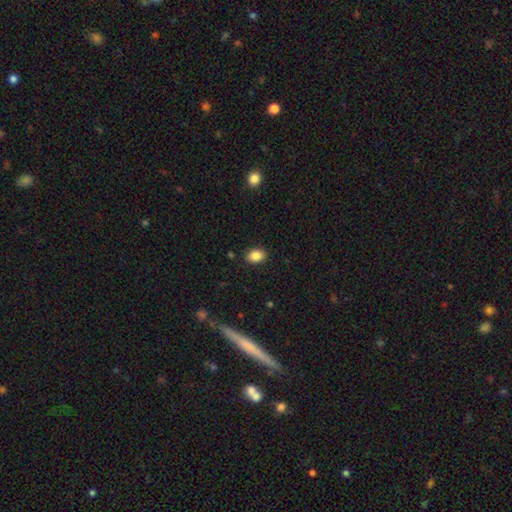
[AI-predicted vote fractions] Smooth or featured? Predicted: smooth (p=0.86). How rounded? Predicted: in between (p=0.74). Merging? Predicted: none (p=0.89).